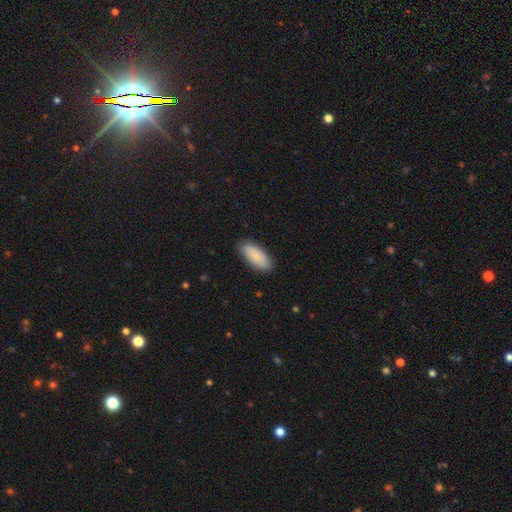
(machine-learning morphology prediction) The model was most divided on "how rounded": in between: 83%, cigar-shaped: 15%, round: 2%. More confident: smooth or featured — smooth (87%); merging — none (87%).